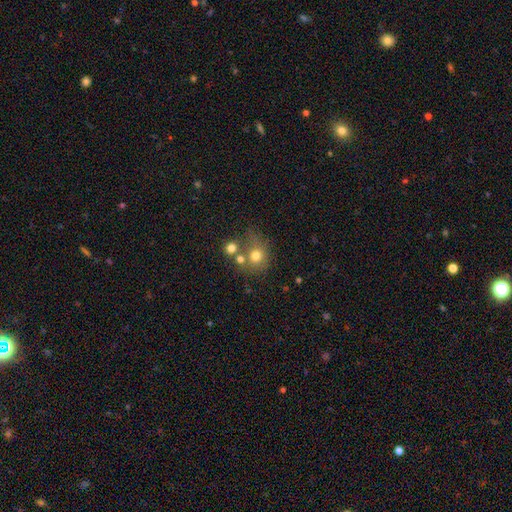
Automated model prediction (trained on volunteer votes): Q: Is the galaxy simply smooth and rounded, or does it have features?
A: smooth — 71%.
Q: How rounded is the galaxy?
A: round — 80%.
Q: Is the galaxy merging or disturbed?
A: none — 51%.